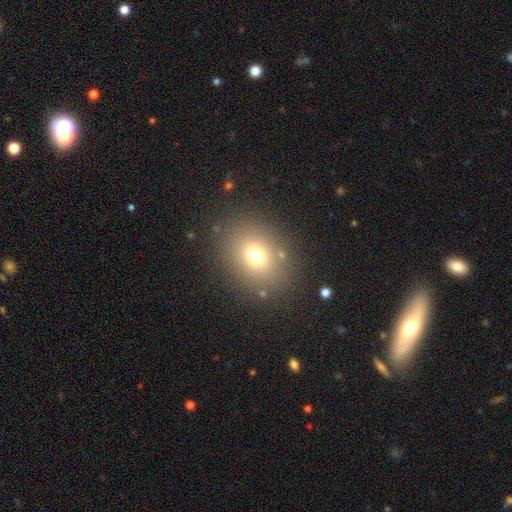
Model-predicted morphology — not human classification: Overall: smooth (71%). How rounded: round (54%; in between 45%). Merging: none (84%).